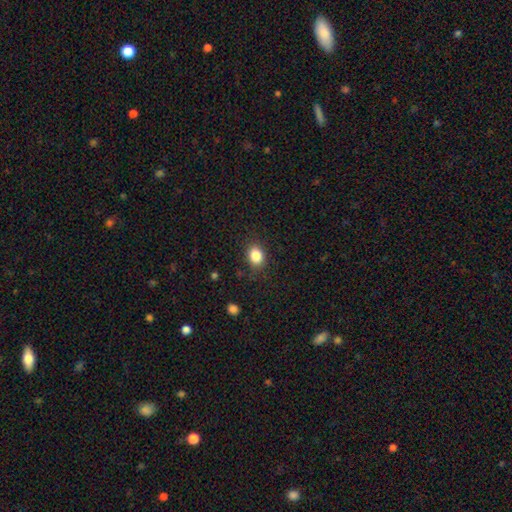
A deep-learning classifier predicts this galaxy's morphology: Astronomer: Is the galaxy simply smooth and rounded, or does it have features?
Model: smooth — 85%.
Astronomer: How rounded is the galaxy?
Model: in between — 57% (runner-up: round, 42%).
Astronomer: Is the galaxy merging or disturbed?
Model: none — 84%.